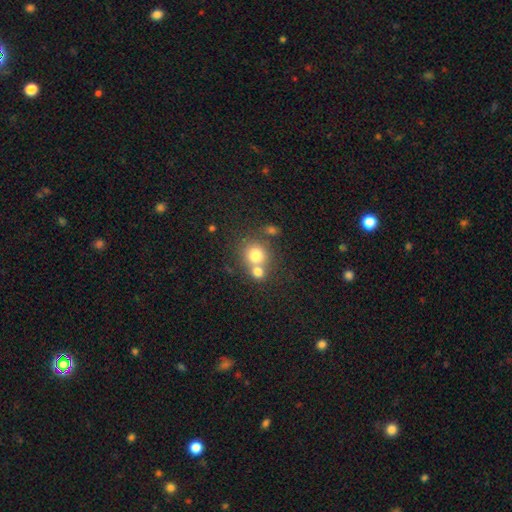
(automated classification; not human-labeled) Smooth or featured: smooth — 75% (featured or disk — 13%)
How rounded: round — 84% (in between — 16%)
Merging: merger — 48% (none — 42%)